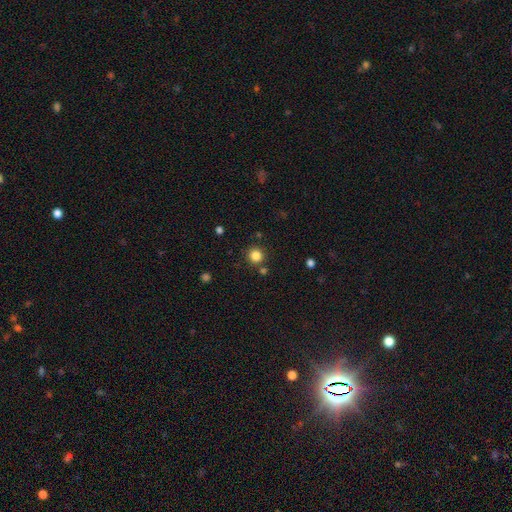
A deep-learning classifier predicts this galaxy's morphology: type=smooth (83%); roundness=round (93%); merging=none (84%).